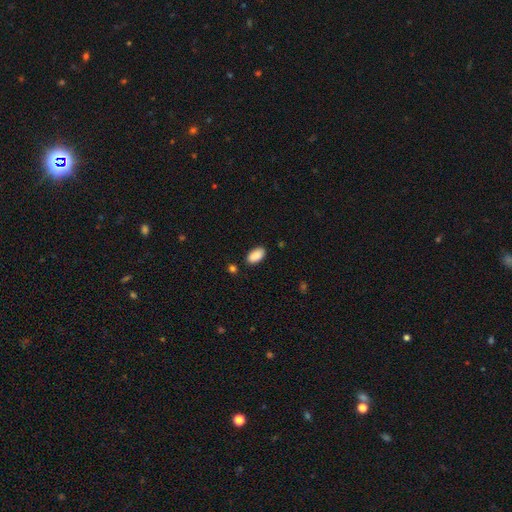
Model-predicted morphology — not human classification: Smooth or featured?
  - smooth: 90% *
  - star or artifact: 7%
  - featured or disk: 3%
How rounded?
  - in between: 94% *
  - round: 3%
  - cigar-shaped: 3%
Merging?
  - none: 86% *
  - minor disturbance: 10%
  - major disturbance: 2%
  - merger: 2%